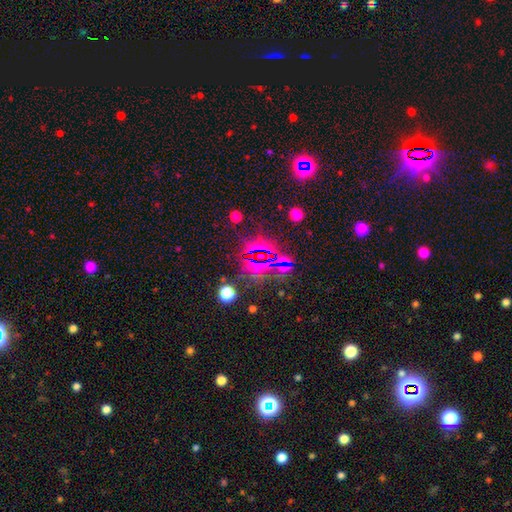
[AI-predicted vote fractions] A star or artifact, not a galaxy (72%).

Vote fractions:
- Smooth or featured? star or artifact: 72% / smooth: 18% / featured or disk: 10%